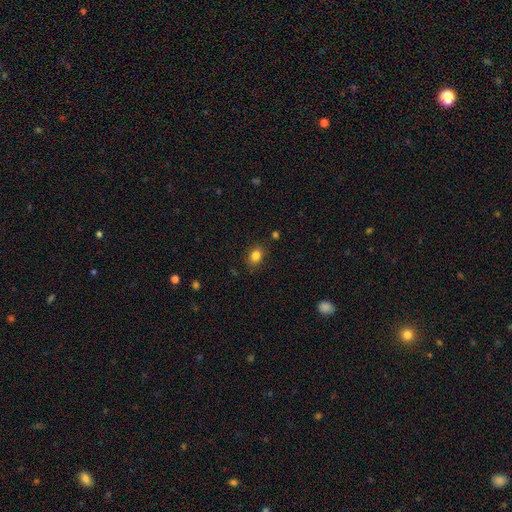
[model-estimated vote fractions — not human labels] A smooth galaxy with no disk features (83%) that is in between round and cigar-shaped (67%). Merging: none (84%).